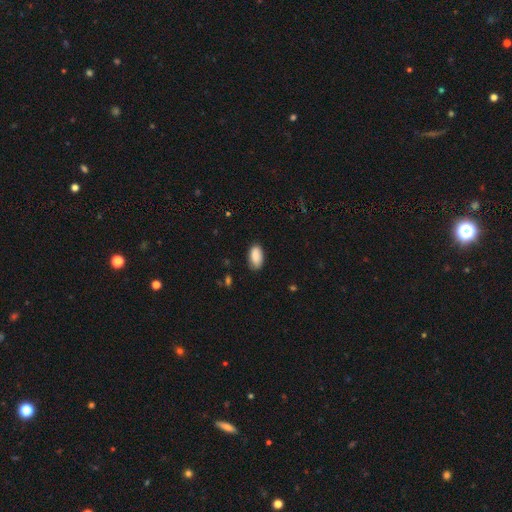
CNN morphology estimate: The model was most divided on "merging": none: 78%, minor disturbance: 18%, major disturbance: 3%, merger: 1%. More confident: how rounded — in between (94%); smooth or featured — smooth (88%).